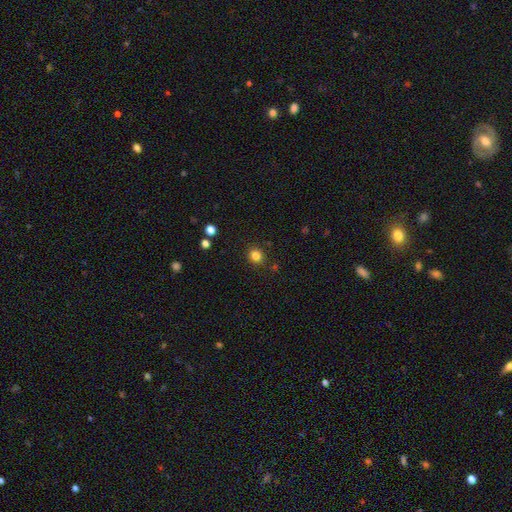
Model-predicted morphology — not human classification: type=smooth (82%); roundness=round (81%); merging=none (87%).